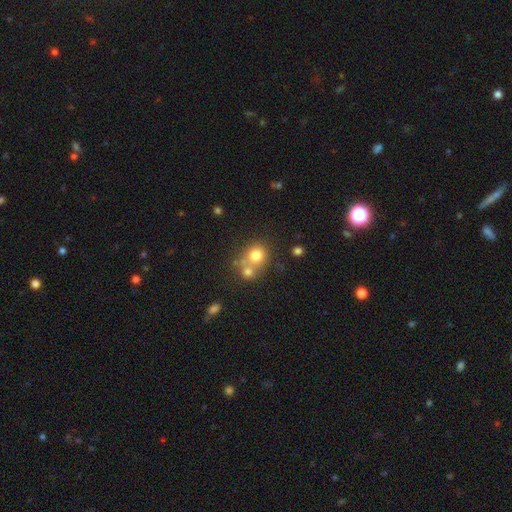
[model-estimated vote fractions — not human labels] Morphology: type=smooth (75%); roundness=round (81%); merging=merger (44%).